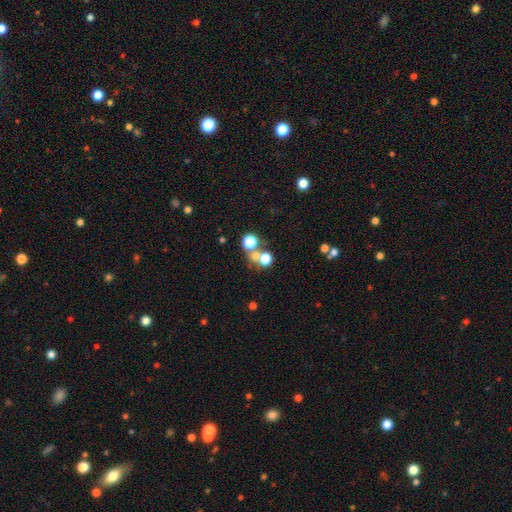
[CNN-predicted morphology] type=smooth (65%); roundness=round (87%); merging=none (50%).